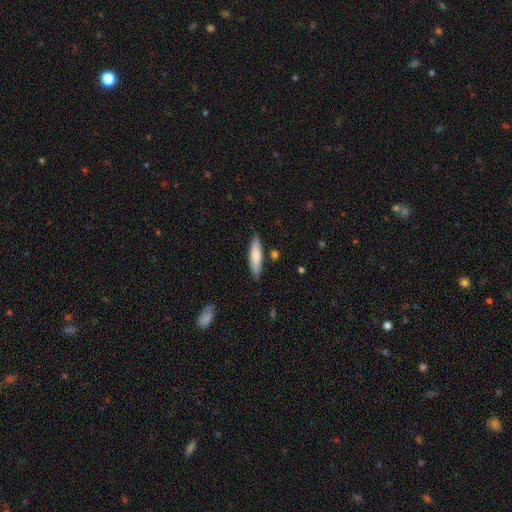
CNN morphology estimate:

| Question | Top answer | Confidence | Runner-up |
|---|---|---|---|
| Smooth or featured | smooth | 74% | featured or disk (21%) |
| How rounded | cigar-shaped | 73% | in between (25%) |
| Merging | none | 84% | minor disturbance (11%) |